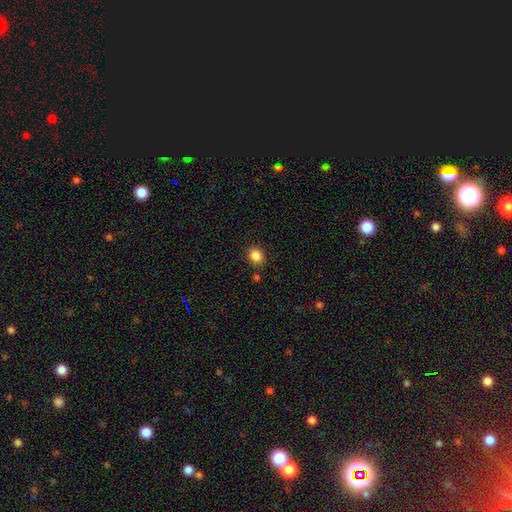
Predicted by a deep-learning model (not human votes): smooth-or-featured: smooth: 86% | star or artifact: 10% | featured or disk: 4%
  how-rounded: round: 62% | in between: 37% | cigar-shaped: 1%
  merging: none: 84% | minor disturbance: 9% | merger: 4% | major disturbance: 3%